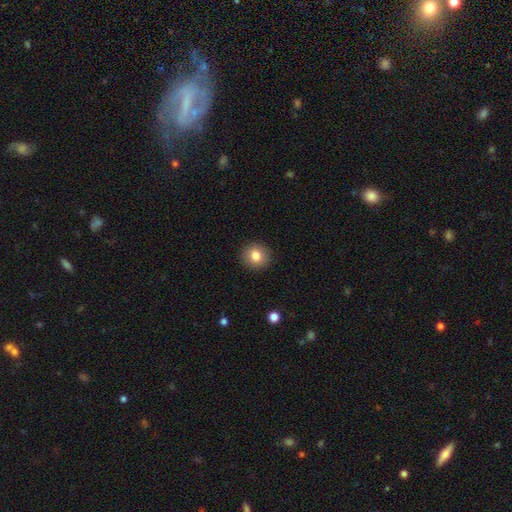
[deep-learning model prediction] smooth 82%, star or artifact 10%, featured or disk 8%. Down the decision tree: how rounded — round (90%); merging — none (92%).